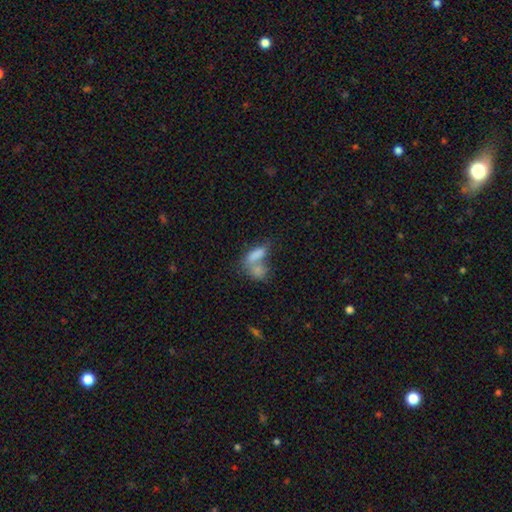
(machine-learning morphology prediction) smooth 76%, featured or disk 15%, star or artifact 9%. Down the decision tree: how rounded — in between (79%); merging — merger (65%).